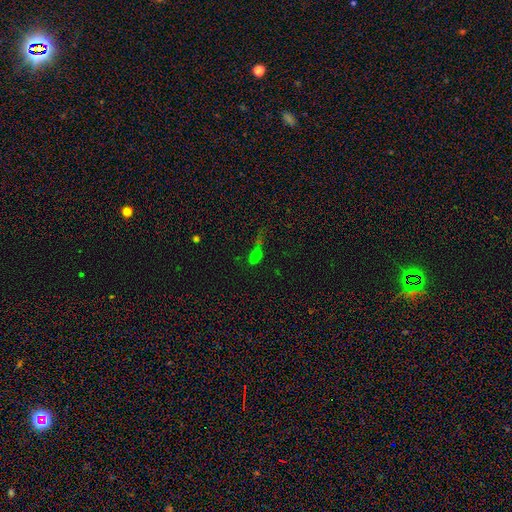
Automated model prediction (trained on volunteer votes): smooth-or-featured: smooth: 61% | star or artifact: 23% | featured or disk: 16%
  how-rounded: in between: 66% | round: 20% | cigar-shaped: 14%
  merging: none: 32% | merger: 26% | major disturbance: 24% | minor disturbance: 19%